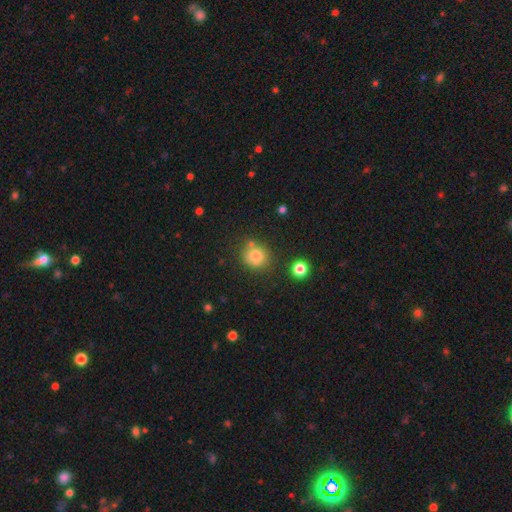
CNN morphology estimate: A smooth galaxy with no disk features (77%) that is round (82%).

Vote fractions:
- Smooth or featured? smooth: 77% / star or artifact: 13% / featured or disk: 10%
- How rounded? round: 82% / in between: 17% / cigar-shaped: 1%
- Merging? none: 68% / minor disturbance: 15% / merger: 12% / major disturbance: 5%